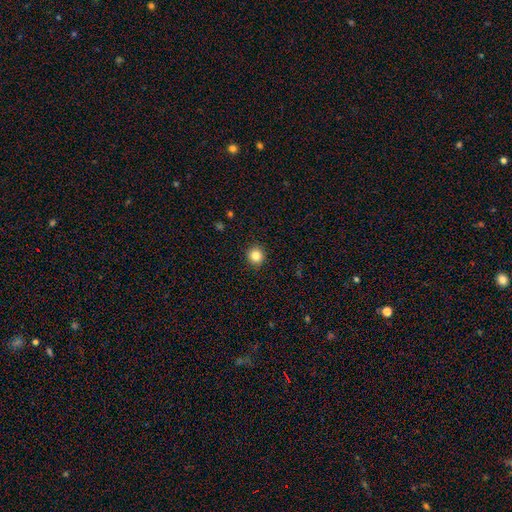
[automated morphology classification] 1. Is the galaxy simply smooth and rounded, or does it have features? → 84% smooth, 10% star or artifact, 5% featured or disk.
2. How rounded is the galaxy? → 90% round, 9% in between, 1% cigar-shaped.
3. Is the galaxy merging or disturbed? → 91% none, 6% minor disturbance, 2% major disturbance, 1% merger.